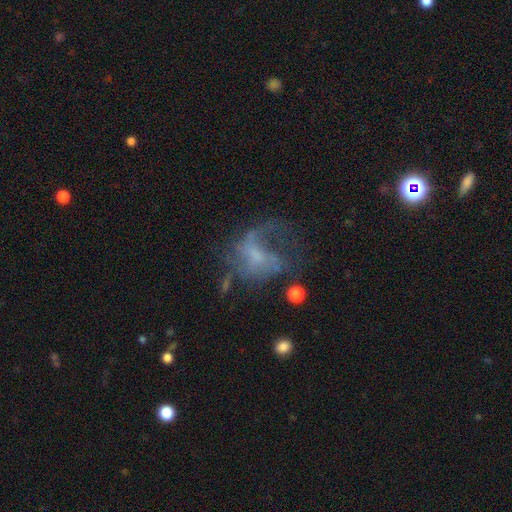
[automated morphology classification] smooth-or-featured: featured or disk: 59% | smooth: 25% | star or artifact: 16%
  disk-edge-on: no: 97% | yes: 3%
    bar: no: 66% | weak: 28% | strong: 5%
    has-spiral-arms: no: 52% | yes: 48%
    bulge-size: none: 40% | small: 37% | moderate: 19% | large: 3% | dominant: 1%
  merging: major disturbance: 47% | none: 30% | minor disturbance: 16% | merger: 6%